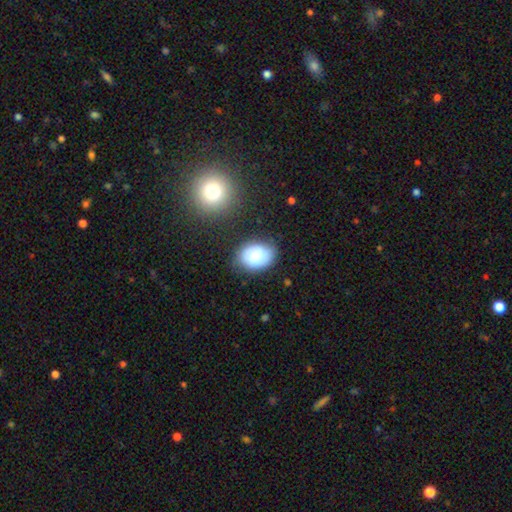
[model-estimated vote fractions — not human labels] This is likely a smooth galaxy (78%). How rounded: likely in between (71%). Merging: likely none (71%).